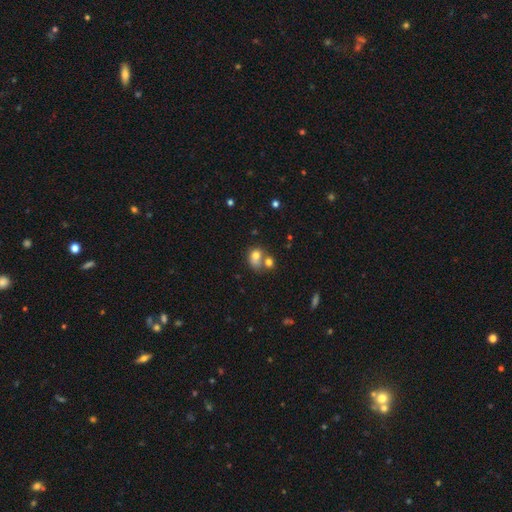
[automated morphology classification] type=smooth (74%); roundness=in between (50%); merging=merger (49%).